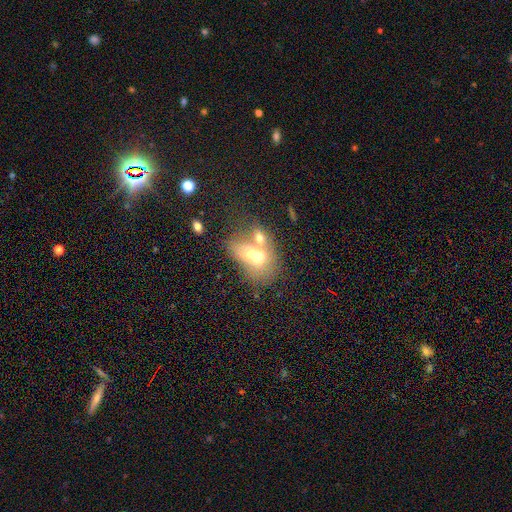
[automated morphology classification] smooth_or_featured: smooth (p=0.54) [alt: featured or disk p=0.35]
how_rounded: in between (p=0.61) [alt: round p=0.37]
merging: merger (p=0.68) [alt: none p=0.17]